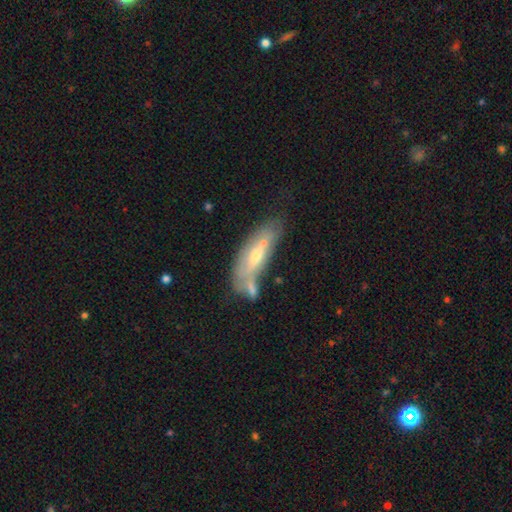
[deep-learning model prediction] The model was most divided on "merging": none: 39%, merger: 27%, minor disturbance: 23%, major disturbance: 11%. More confident: edge-on disk — no (64%); smooth or featured — featured or disk (54%).